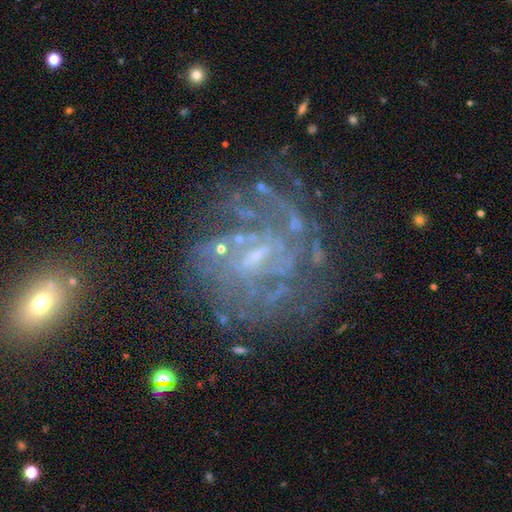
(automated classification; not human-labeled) This is likely a featured or disk galaxy (77%). It is clearly not viewed edge-on (97%). Bar: possibly weak (46%). Spiral arm pattern: likely yes (71%). Spiral arm count: possibly can't tell (55%). Spiral winding: possibly tight (57%). Central bulge: possibly small (50%). Merging: likely none (61%).